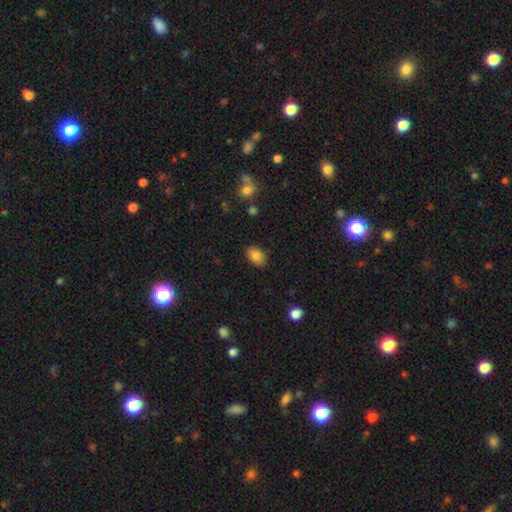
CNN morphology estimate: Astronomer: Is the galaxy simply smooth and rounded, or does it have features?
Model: smooth — 85%.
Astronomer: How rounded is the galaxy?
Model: in between — 85%.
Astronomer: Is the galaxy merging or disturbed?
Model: none — 85%.